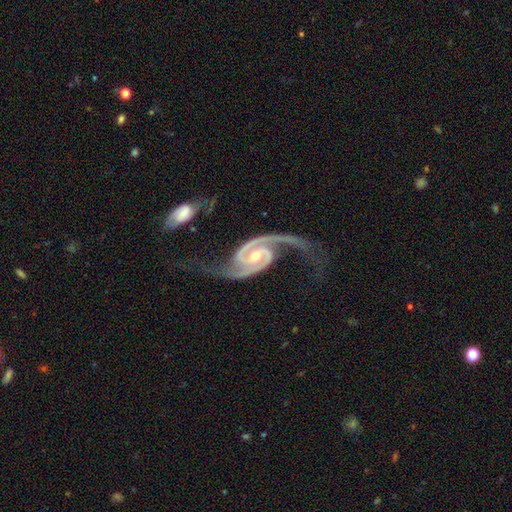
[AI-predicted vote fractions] smooth_or_featured: featured or disk (p=0.94) [alt: star or artifact p=0.04]
disk_edge_on: no (p=0.98) [alt: yes p=0.02]
bar: weak (p=0.37) [tied with: no p=0.37]
has_spiral_arms: yes (p=0.99) [alt: no p=0.01]
spiral_winding: medium (p=0.51) [alt: loose p=0.29]
spiral_arm_count: 2 (p=0.94) [alt: 3 p=0.02]
bulge_size: moderate (p=0.67) [alt: small p=0.28]
merging: none (p=0.56) [alt: minor disturbance p=0.18]